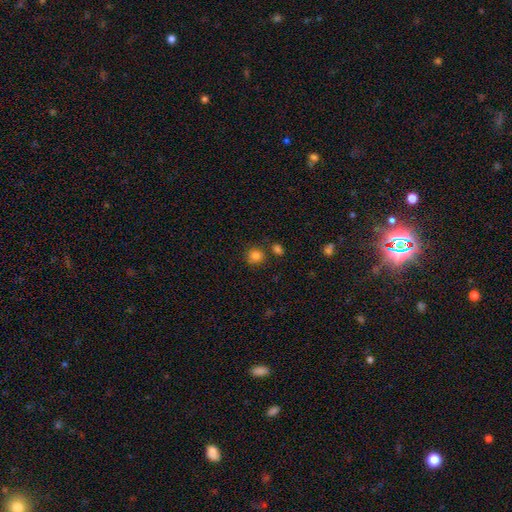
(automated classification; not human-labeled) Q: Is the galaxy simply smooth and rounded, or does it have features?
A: smooth — 83%.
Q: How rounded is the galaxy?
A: round — 86%.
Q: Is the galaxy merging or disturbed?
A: none — 74%.